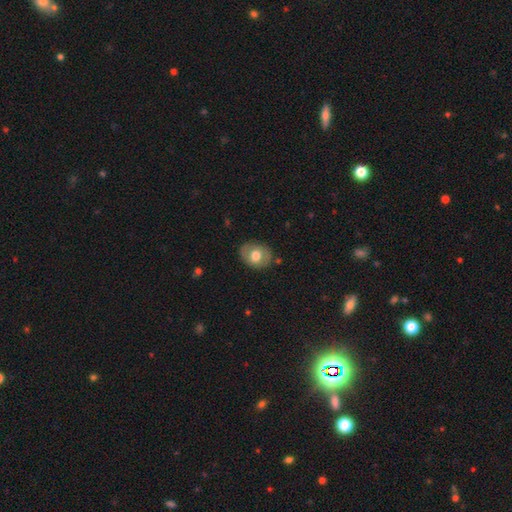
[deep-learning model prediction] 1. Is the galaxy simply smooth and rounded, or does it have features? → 61% smooth, 32% featured or disk, 7% star or artifact.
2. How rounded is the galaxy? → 58% in between, 41% round, 1% cigar-shaped.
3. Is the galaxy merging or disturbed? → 82% none, 13% minor disturbance, 3% major disturbance, 2% merger.